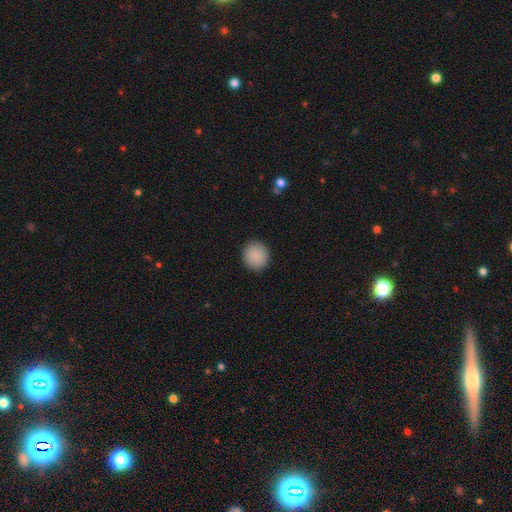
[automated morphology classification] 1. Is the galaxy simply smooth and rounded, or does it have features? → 90% smooth, 8% star or artifact, 3% featured or disk.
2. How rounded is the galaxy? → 93% round, 7% in between, 1% cigar-shaped.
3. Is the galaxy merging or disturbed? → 93% none, 5% minor disturbance, 2% major disturbance, 1% merger.